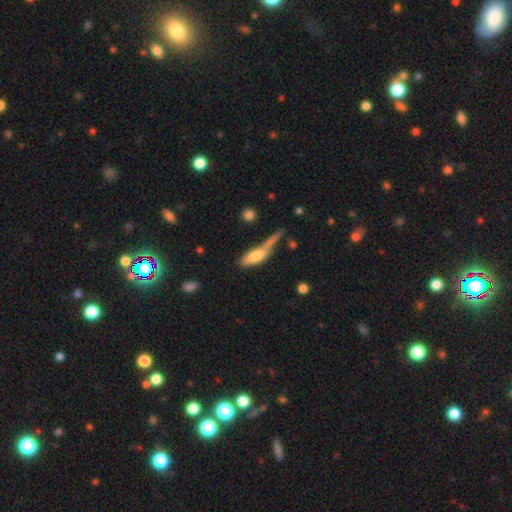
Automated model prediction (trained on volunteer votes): A smooth galaxy with no disk features (67%) that is in between round and cigar-shaped (49%).

Vote fractions:
- Smooth or featured? smooth: 67% / featured or disk: 25% / star or artifact: 8%
- How rounded? in between: 49% / cigar-shaped: 47% / round: 4%
- Merging? none: 37% / merger: 24% / minor disturbance: 21% / major disturbance: 17%